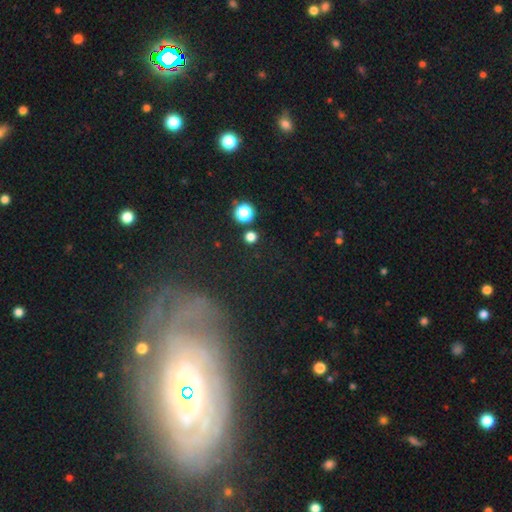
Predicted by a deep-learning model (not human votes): Smooth or featured? Predicted: featured or disk (p=0.75). Edge-on disk? Predicted: no (p=0.91). Bar? Predicted: no (p=0.64). Spiral arms? Predicted: yes (p=0.89). Spiral winding? Predicted: tight (p=0.77). Spiral arm count? Predicted: can't tell (p=0.50). Bulge size? Predicted: small (p=0.45). Merging? Predicted: none (p=0.74).